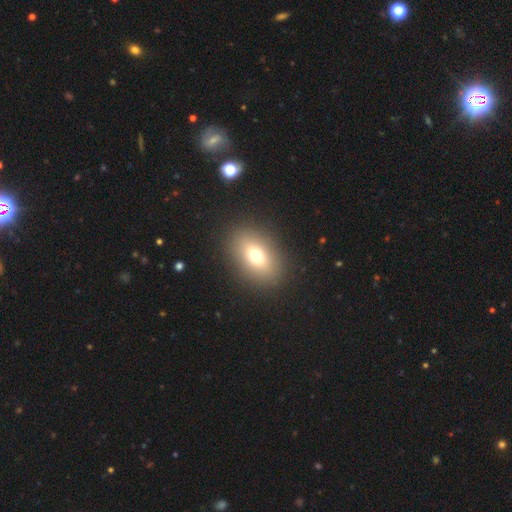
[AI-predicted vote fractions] smooth-or-featured: smooth: 70% | featured or disk: 17% | star or artifact: 13%
  how-rounded: in between: 74% | round: 23% | cigar-shaped: 3%
  merging: none: 89% | minor disturbance: 7% | major disturbance: 3% | merger: 1%